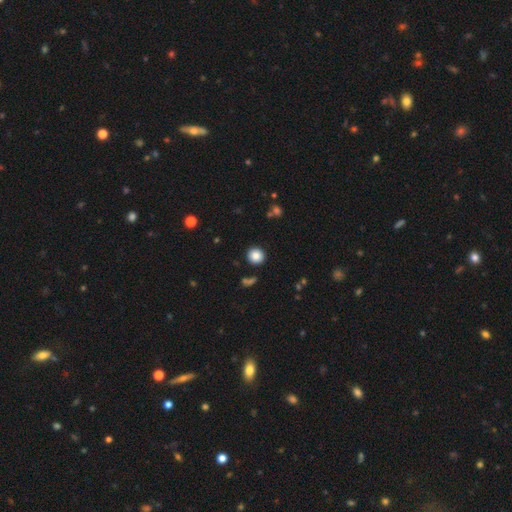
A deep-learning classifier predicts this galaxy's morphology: Q: Smooth or featured?
A: smooth (84%); runner-up: star or artifact (10%)
Q: How rounded?
A: round (92%); runner-up: in between (7%)
Q: Merging?
A: none (89%); runner-up: minor disturbance (6%)